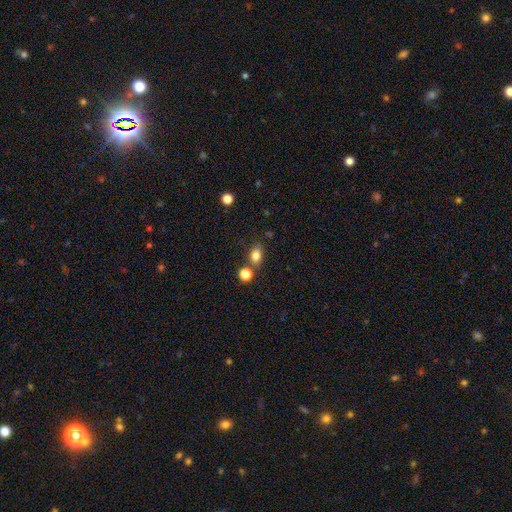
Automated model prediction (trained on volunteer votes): smooth_or_featured: smooth (p=0.81) [alt: star or artifact p=0.12]
how_rounded: in between (p=0.66) [alt: round p=0.33]
merging: none (p=0.70) [alt: minor disturbance p=0.13]